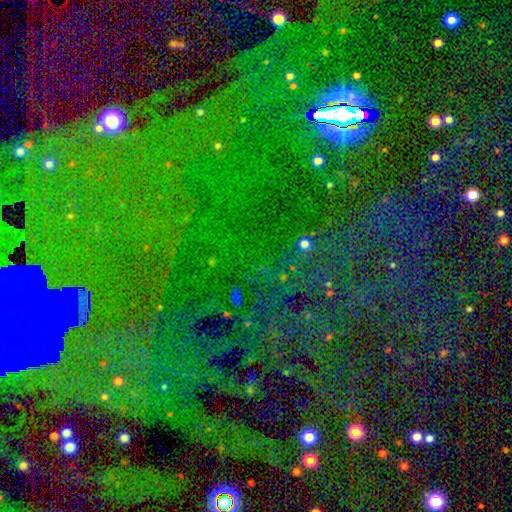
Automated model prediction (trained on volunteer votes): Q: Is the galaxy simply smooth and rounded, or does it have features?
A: star or artifact — 81%.